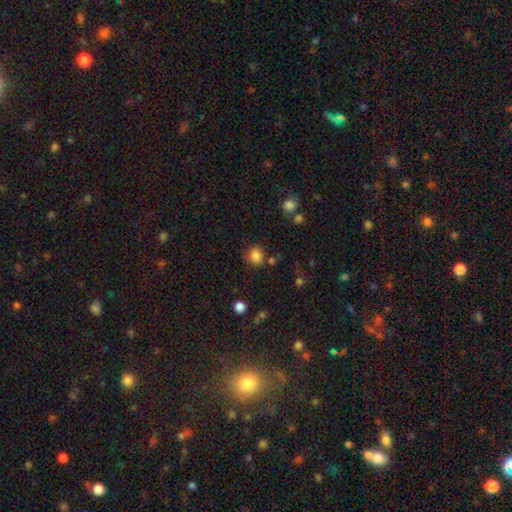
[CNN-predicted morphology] This appears to be a smooth galaxy with no disk features (84%) that is round (76%). Merging: none (75%).